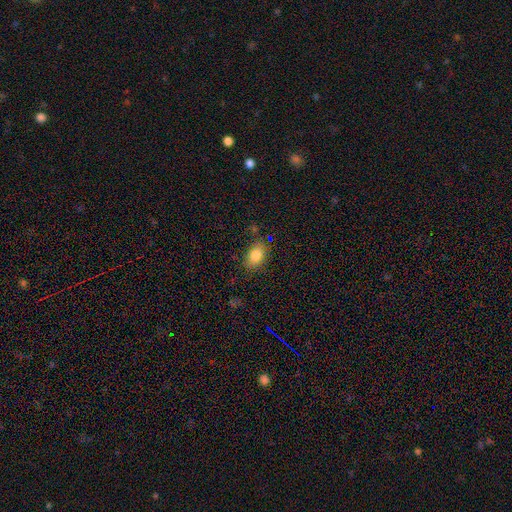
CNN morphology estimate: A smooth galaxy with no disk features (85%) that is in between round and cigar-shaped (85%).

Vote fractions:
- Smooth or featured? smooth: 85% / star or artifact: 8% / featured or disk: 7%
- How rounded? in between: 85% / round: 13% / cigar-shaped: 2%
- Merging? none: 76% / minor disturbance: 16% / major disturbance: 4% / merger: 3%